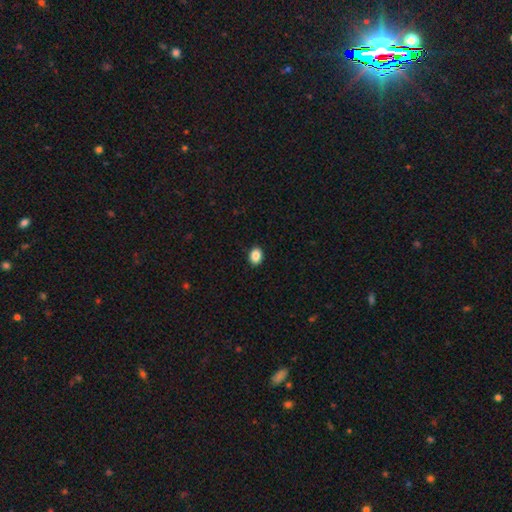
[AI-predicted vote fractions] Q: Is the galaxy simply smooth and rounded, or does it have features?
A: smooth — 88%.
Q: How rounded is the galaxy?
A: in between — 63%.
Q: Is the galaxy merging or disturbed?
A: none — 91%.